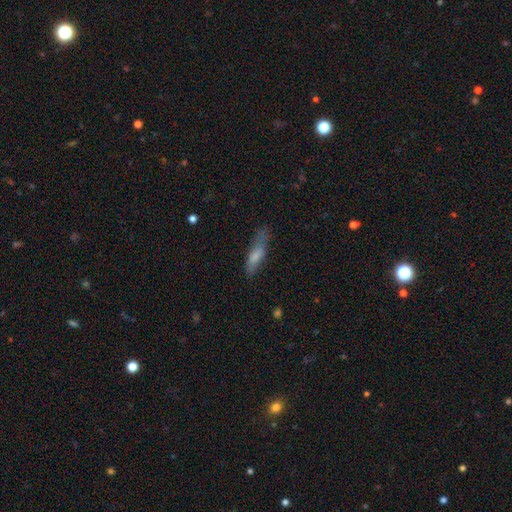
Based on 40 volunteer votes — This appears to be a smooth galaxy with no disk features (80%) that is cigar-shaped (72%). Merging: none (54%).